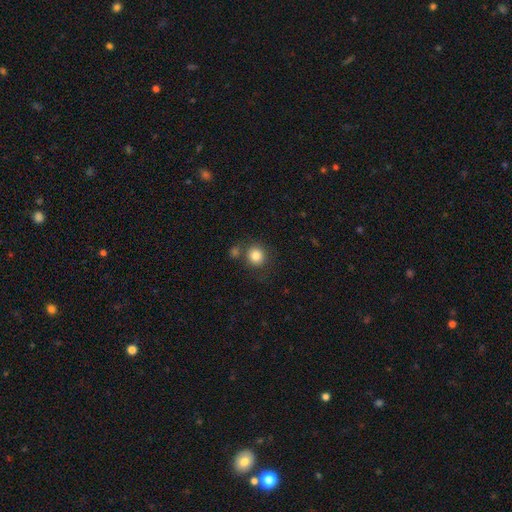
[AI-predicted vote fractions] Morphology: type=smooth (83%); roundness=round (90%); merging=none (73%).